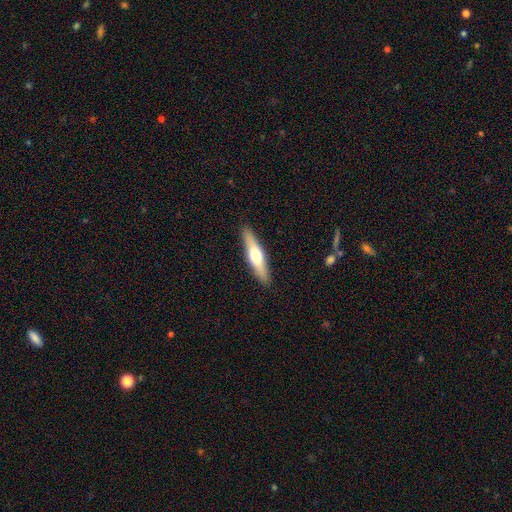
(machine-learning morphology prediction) A featured or disk galaxy (47%, tied with smooth). Merging: none (90%).